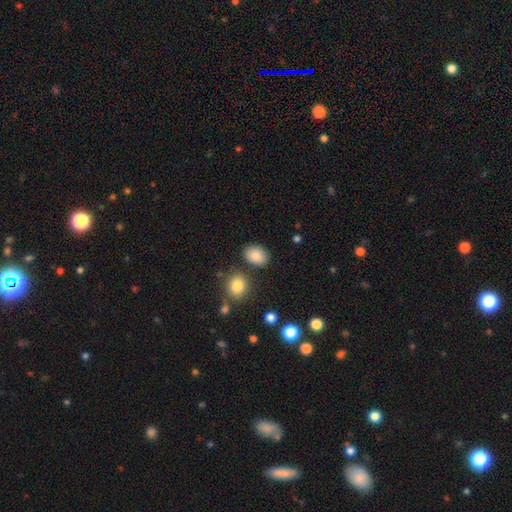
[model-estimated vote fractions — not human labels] Smooth or featured: smooth — 85% (star or artifact — 8%)
How rounded: in between — 71% (round — 28%)
Merging: none — 80% (minor disturbance — 11%)